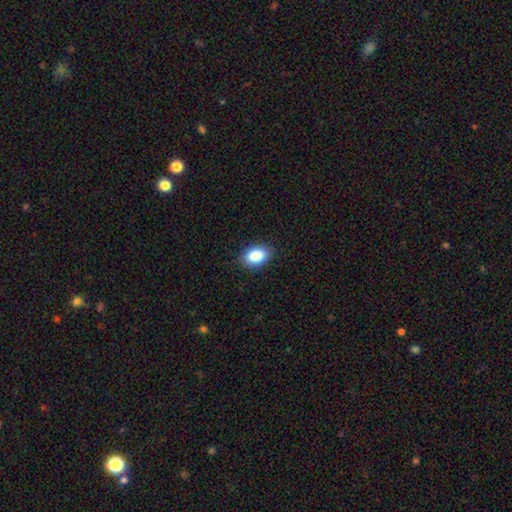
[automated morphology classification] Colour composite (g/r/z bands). It shows a smooth galaxy with no disk features (87%) that is in between round and cigar-shaped (89%). Merging: none (87%).